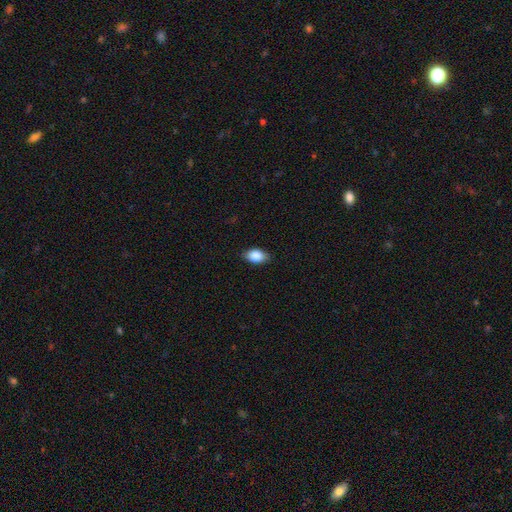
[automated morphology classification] type=smooth (87%); roundness=in between (88%); merging=none (86%).